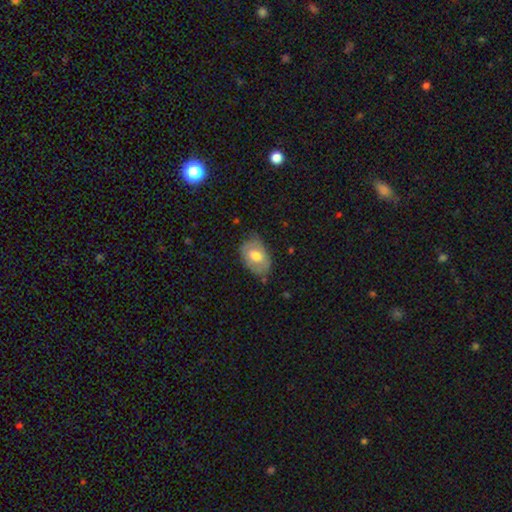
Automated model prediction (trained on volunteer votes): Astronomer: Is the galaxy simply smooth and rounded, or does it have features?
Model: smooth — 62%.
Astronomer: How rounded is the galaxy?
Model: in between — 88%.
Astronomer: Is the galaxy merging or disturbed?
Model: none — 65%.